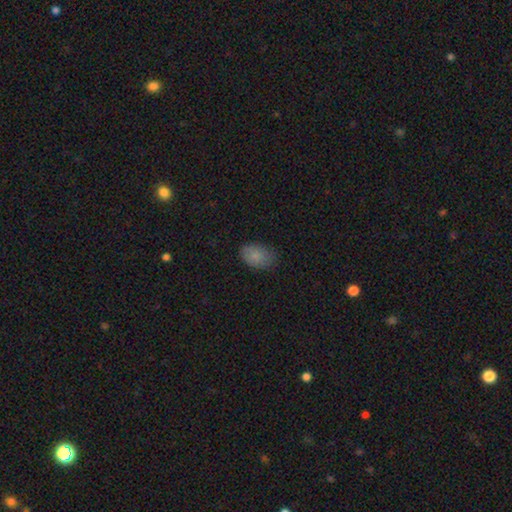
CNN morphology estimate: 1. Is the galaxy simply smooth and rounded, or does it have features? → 84% smooth, 9% star or artifact, 8% featured or disk.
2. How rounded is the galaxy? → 85% in between, 14% round, 1% cigar-shaped.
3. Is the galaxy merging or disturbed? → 74% none, 20% minor disturbance, 4% major disturbance, 1% merger.